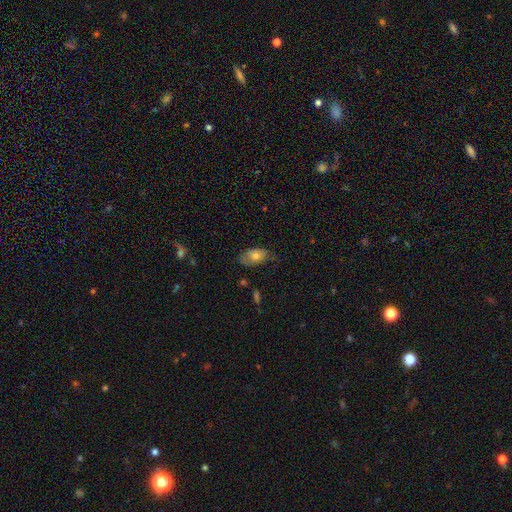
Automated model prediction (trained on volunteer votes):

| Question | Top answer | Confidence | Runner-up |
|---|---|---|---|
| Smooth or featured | smooth | 72% | featured or disk (21%) |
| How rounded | in between | 91% | round (7%) |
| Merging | none | 56% | minor disturbance (32%) |